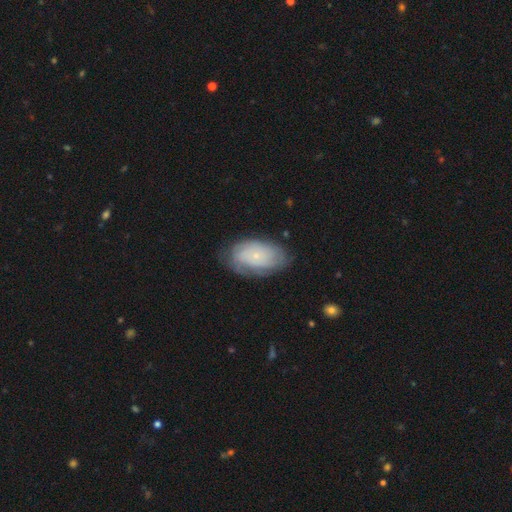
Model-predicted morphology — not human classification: smooth-or-featured: featured or disk: 53% | smooth: 40% | star or artifact: 7%
  disk-edge-on: no: 94% | yes: 6%
    bar: no: 85% | weak: 12% | strong: 2%
    has-spiral-arms: yes: 77% | no: 23%
    bulge-size: small: 84% | moderate: 10% | none: 4% | large: 1% | dominant: 1%
  merging: none: 68% | minor disturbance: 23% | major disturbance: 8% | merger: 1%